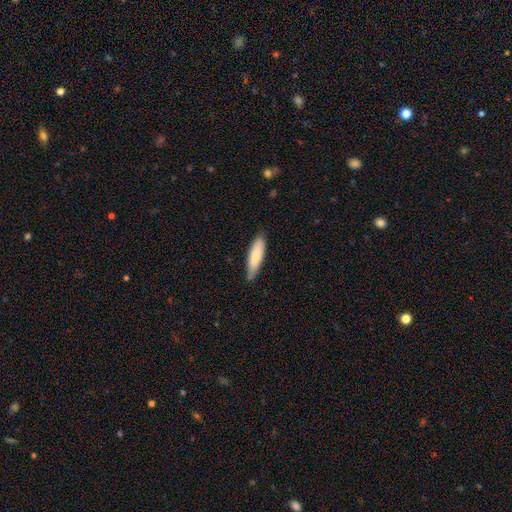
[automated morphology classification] Q: Smooth or featured?
A: smooth (76%); runner-up: featured or disk (19%)
Q: How rounded?
A: cigar-shaped (60%); runner-up: in between (39%)
Q: Merging?
A: none (78%); runner-up: minor disturbance (18%)